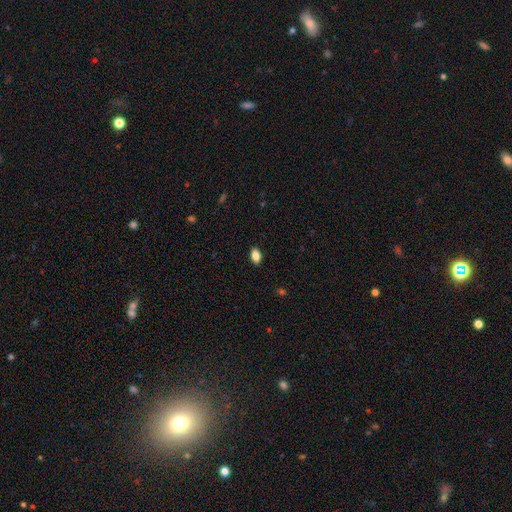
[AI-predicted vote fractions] smooth 85%, star or artifact 8%, featured or disk 7%. Down the decision tree: how rounded — in between (90%); merging — none (89%).